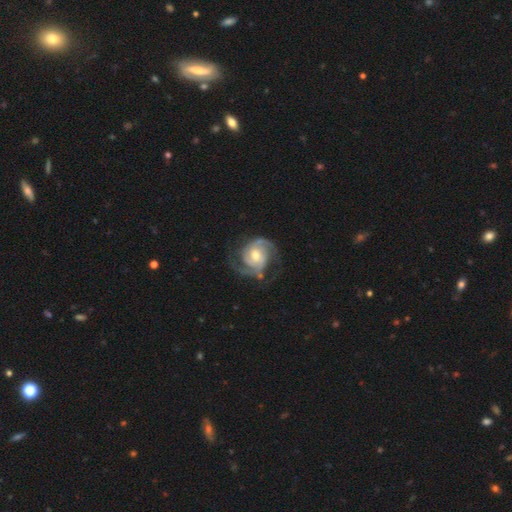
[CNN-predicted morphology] Smooth or featured? featured or disk (89%)
Edge-on disk? no (98%)
Bar? no (55%)
Spiral arms? yes (97%)
Spiral winding? medium (46%)
Spiral arm count? 2 (70%)
Bulge size? moderate (60%)
Merging? none (67%)